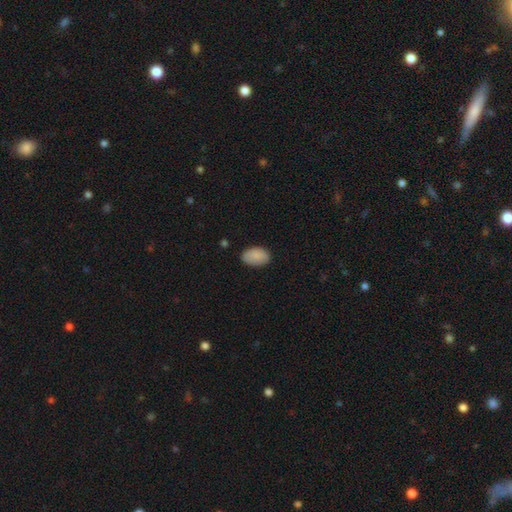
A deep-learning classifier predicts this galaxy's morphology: Overall: smooth (89%). How rounded: in between (91%). Merging: none (82%).